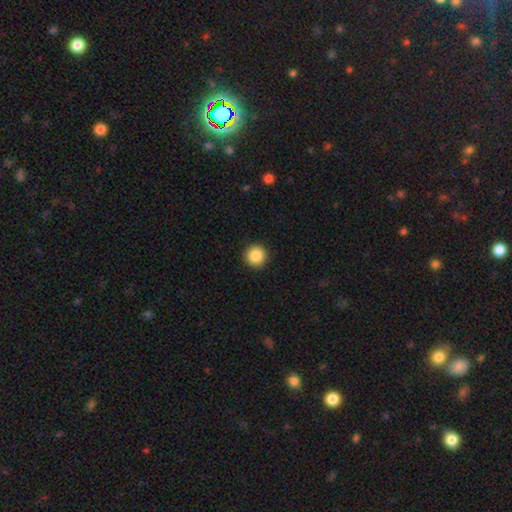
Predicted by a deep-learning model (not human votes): This appears to be a smooth galaxy with no disk features (88%) that is round (95%). Merging: none (92%).